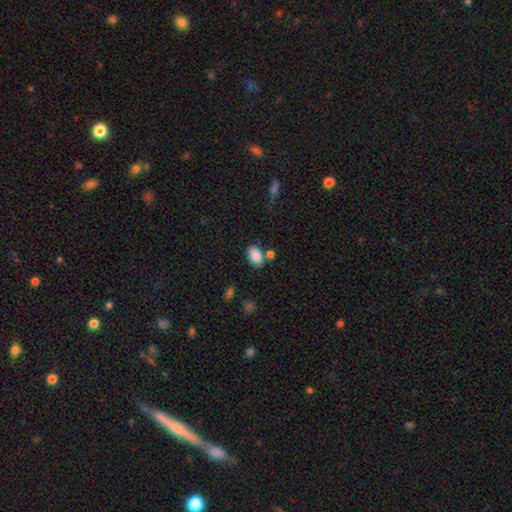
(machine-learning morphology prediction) smooth 88%, star or artifact 8%, featured or disk 4%. Down the decision tree: how rounded — in between (91%); merging — none (72%).